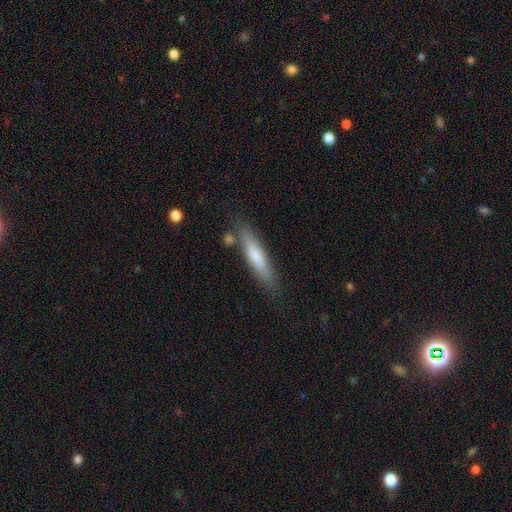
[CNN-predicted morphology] This is likely a smooth galaxy (70%). How rounded: clearly cigar-shaped (81%). Merging: likely none (75%).